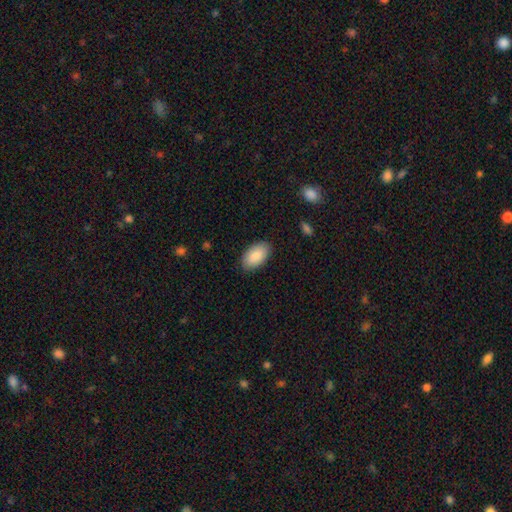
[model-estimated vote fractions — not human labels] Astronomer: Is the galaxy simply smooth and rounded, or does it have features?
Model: smooth — 89%.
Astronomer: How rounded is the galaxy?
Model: in between — 95%.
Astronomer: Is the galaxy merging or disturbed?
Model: none — 87%.